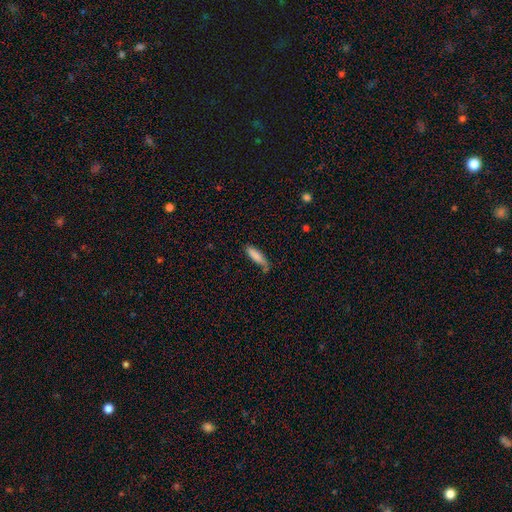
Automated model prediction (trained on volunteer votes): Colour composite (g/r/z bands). It shows a smooth galaxy with no disk features (84%) that is cigar-shaped (67%). Merging: none (59%).